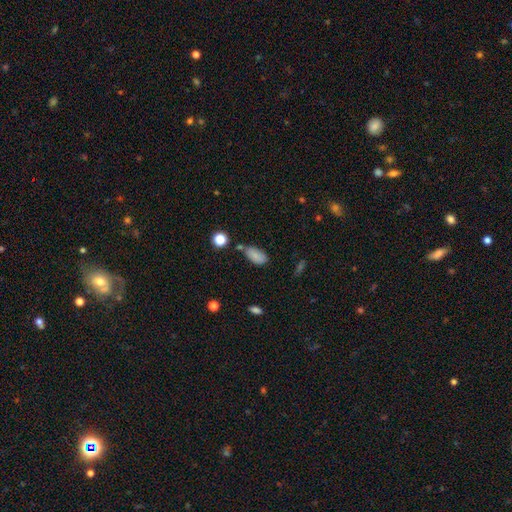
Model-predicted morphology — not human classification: smooth_or_featured: smooth (p=0.83) [alt: star or artifact p=0.09]
how_rounded: in between (p=0.92) [alt: cigar-shaped p=0.05]
merging: none (p=0.62) [alt: minor disturbance p=0.23]